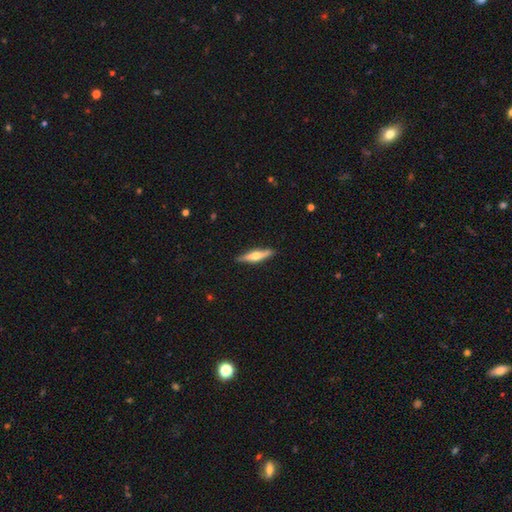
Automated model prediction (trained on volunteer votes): A featured or disk galaxy (57%) viewed edge-on (96%) with a rounded central bulge (90%).

Vote fractions:
- Smooth or featured? featured or disk: 57% / smooth: 38% / star or artifact: 5%
- Edge-on disk? yes: 96% / no: 4%
- Edge-on bulge? rounded: 90% / boxy: 6% / none: 4%
- Merging? none: 89% / minor disturbance: 9% / major disturbance: 2% / merger: 1%